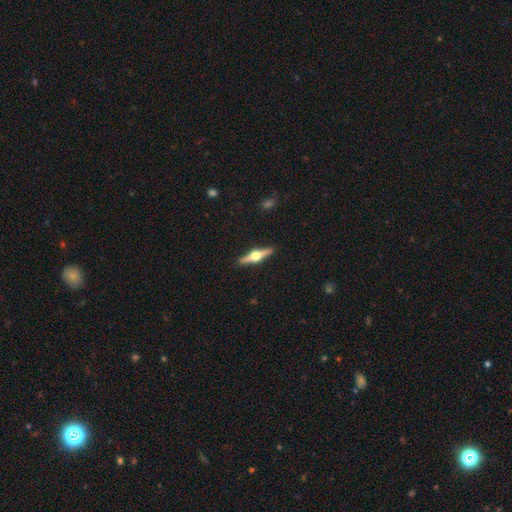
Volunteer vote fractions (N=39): Smooth or featured?
  - featured or disk: 82% *
  - smooth: 13%
  - star or artifact: 5%
Edge-on disk?
  - yes: 97% *
  - no: 3%
Edge-on bulge?
  - rounded: 100% *
  - boxy: 0%
  - none: 0%
Merging?
  - none: 97% *
  - minor disturbance: 3%
  - major disturbance: 0%
  - merger: 0%